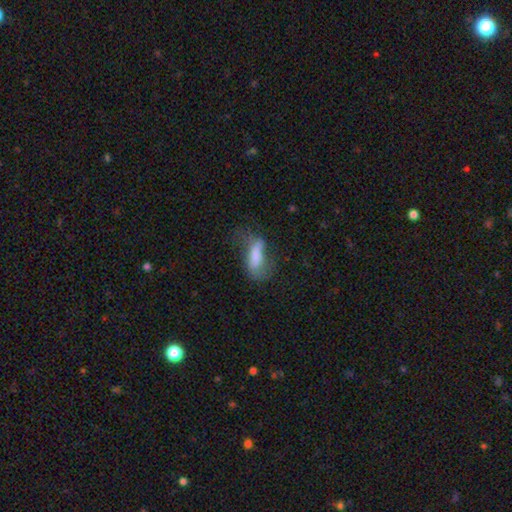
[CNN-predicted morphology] smooth 59%, featured or disk 31%, star or artifact 10%. Down the decision tree: how rounded — in between (63%); merging — major disturbance (36%).